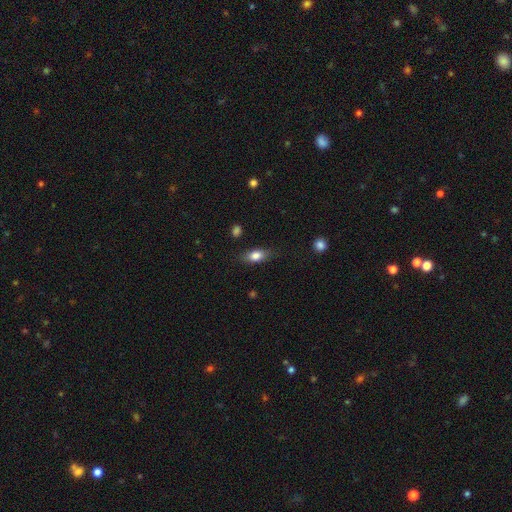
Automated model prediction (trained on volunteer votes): This appears to be a smooth galaxy with no disk features (80%) that is in between round and cigar-shaped (80%). Merging: none (79%).